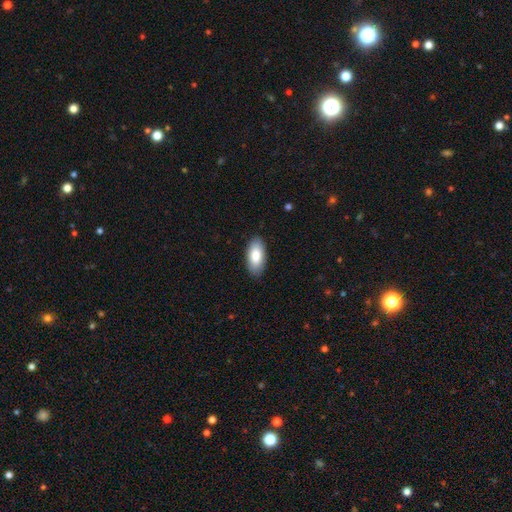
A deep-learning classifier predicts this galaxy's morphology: Q: Smooth or featured?
A: smooth (83%); runner-up: featured or disk (11%)
Q: How rounded?
A: in between (92%); runner-up: cigar-shaped (6%)
Q: Merging?
A: none (87%); runner-up: minor disturbance (10%)